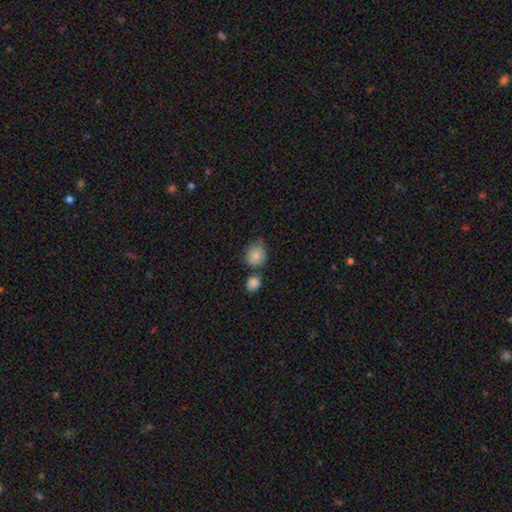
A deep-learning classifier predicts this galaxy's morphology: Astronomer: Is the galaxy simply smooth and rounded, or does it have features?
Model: smooth — 84%.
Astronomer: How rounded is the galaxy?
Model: round — 67%.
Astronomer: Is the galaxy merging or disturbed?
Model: none — 51%.